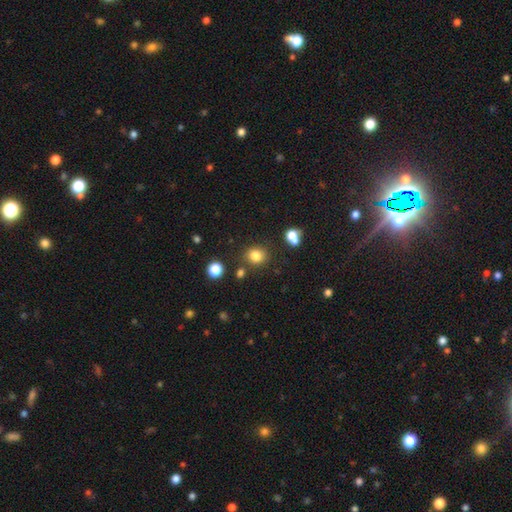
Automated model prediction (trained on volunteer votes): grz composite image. It shows a smooth galaxy with no disk features (81%) that is round (78%). Merging: none (80%).